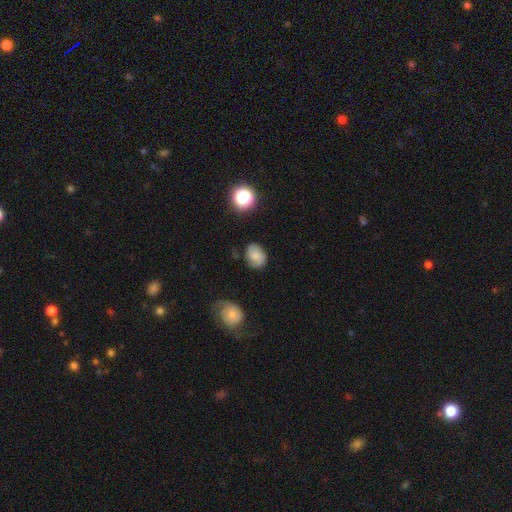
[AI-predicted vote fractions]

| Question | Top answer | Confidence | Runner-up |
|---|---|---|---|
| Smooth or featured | smooth | 58% | featured or disk (31%) |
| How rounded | in between | 58% | round (41%) |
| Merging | none | 72% | minor disturbance (20%) |